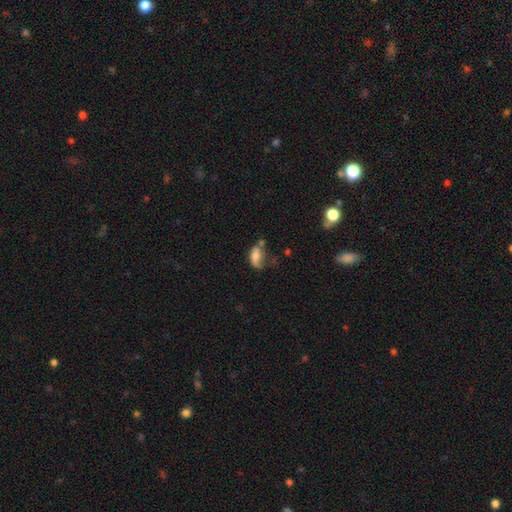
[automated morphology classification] Smooth or featured? smooth (61%)
How rounded? in between (87%)
Merging? none (31%)